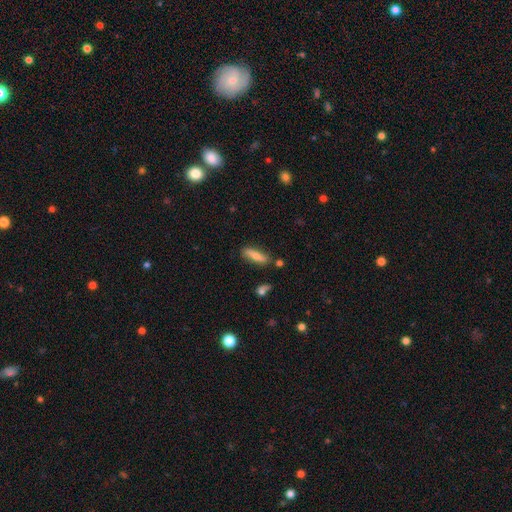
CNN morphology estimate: smooth_or_featured: smooth (p=0.73) [alt: featured or disk p=0.20]
how_rounded: cigar-shaped (p=0.67) [alt: in between p=0.30]
merging: none (p=0.77) [alt: minor disturbance p=0.15]